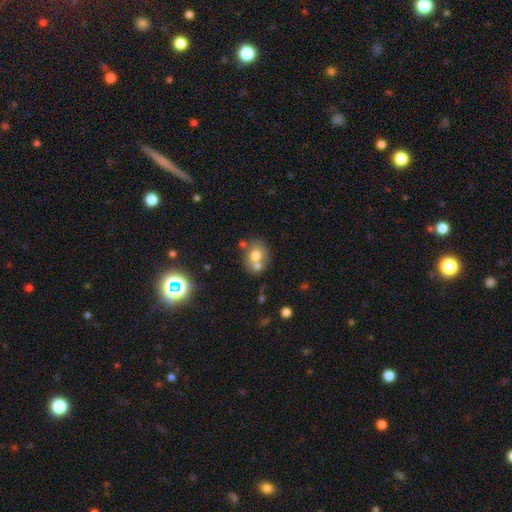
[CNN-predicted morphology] A smooth galaxy with no disk features (68%) that is round (66%).

Vote fractions:
- Smooth or featured? smooth: 68% / featured or disk: 21% / star or artifact: 12%
- How rounded? round: 66% / in between: 33% / cigar-shaped: 1%
- Merging? none: 50% / merger: 36% / minor disturbance: 11% / major disturbance: 4%